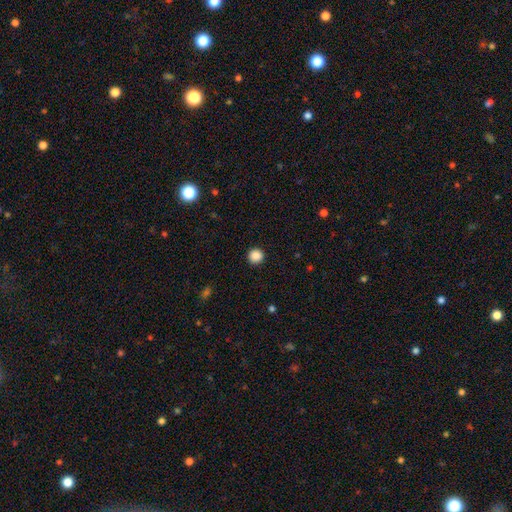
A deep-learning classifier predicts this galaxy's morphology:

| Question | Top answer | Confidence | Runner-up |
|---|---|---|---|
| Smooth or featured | smooth | 87% | star or artifact (10%) |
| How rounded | round | 94% | in between (5%) |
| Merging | none | 92% | minor disturbance (5%) |